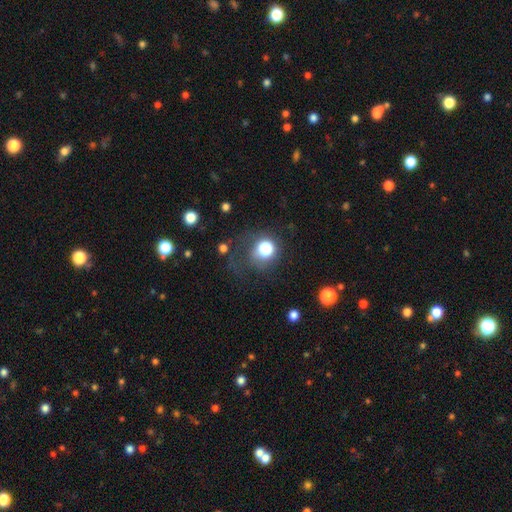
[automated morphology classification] This appears to be a smooth galaxy with no disk features (54%) that is round (88%). Merging: none (68%).